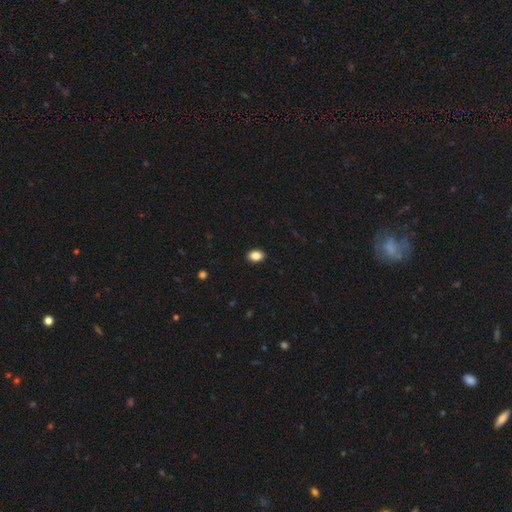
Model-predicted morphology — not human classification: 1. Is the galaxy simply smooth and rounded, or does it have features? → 87% smooth, 8% star or artifact, 5% featured or disk.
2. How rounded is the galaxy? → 83% in between, 16% round, 1% cigar-shaped.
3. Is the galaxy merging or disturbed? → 90% none, 7% minor disturbance, 2% major disturbance, 1% merger.